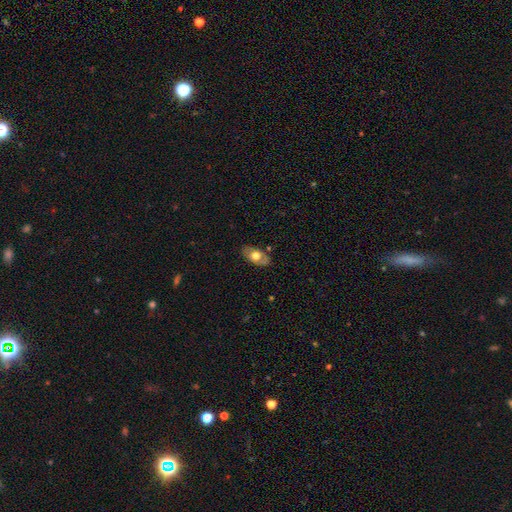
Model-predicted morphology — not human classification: Q: Smooth or featured?
A: smooth (58%); runner-up: featured or disk (36%)
Q: How rounded?
A: in between (90%); runner-up: round (7%)
Q: Merging?
A: none (81%); runner-up: minor disturbance (15%)